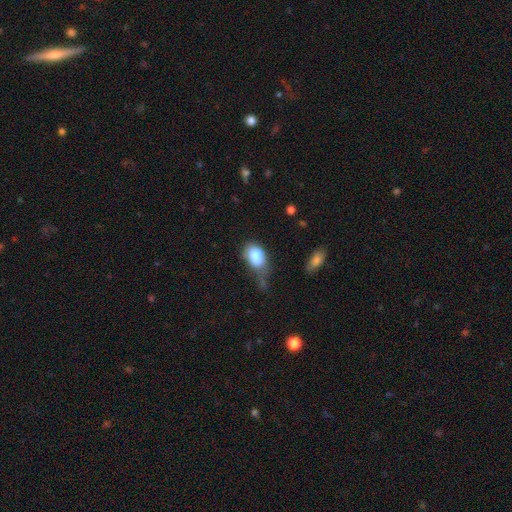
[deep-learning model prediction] This appears to be a smooth galaxy with no disk features (81%) that is in between round and cigar-shaped (83%). Merging: minor disturbance (35%).